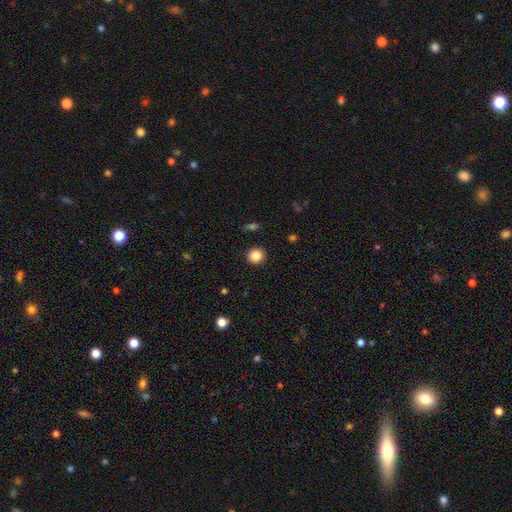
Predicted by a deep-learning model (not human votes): smooth 86%, star or artifact 10%, featured or disk 4%. Down the decision tree: how rounded — round (93%); merging — none (92%).